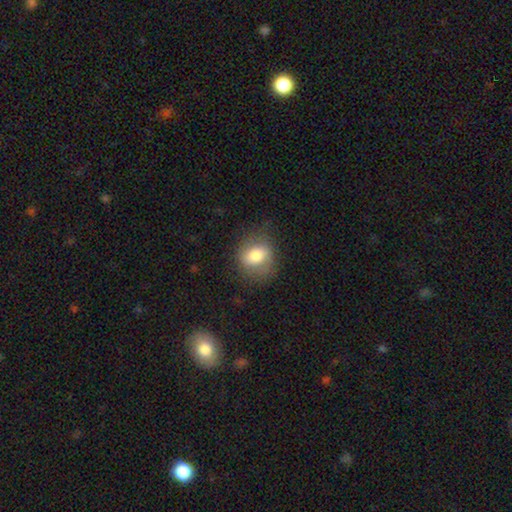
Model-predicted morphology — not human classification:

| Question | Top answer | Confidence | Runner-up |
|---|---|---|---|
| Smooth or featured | smooth | 73% | featured or disk (19%) |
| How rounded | round | 58% | in between (41%) |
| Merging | none | 72% | minor disturbance (18%) |